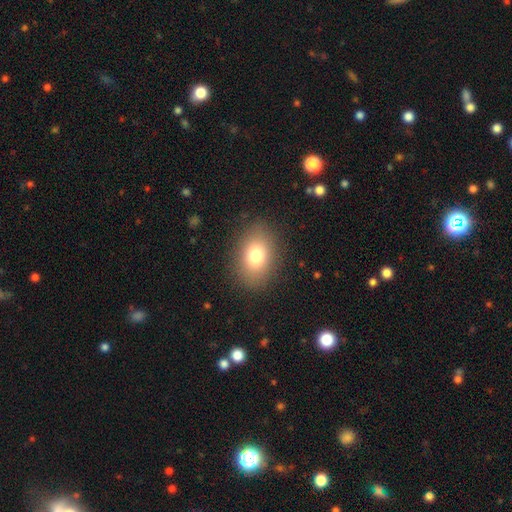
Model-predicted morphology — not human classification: type=smooth (77%); roundness=in between (73%); merging=none (86%).